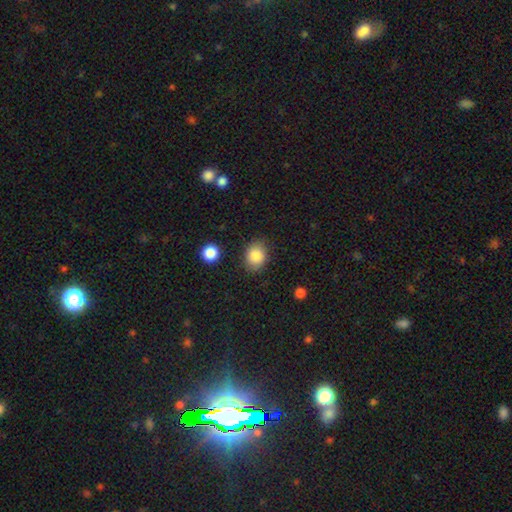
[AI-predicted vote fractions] Overall: smooth (87%). How rounded: in between (50%; round 49%). Merging: none (81%).